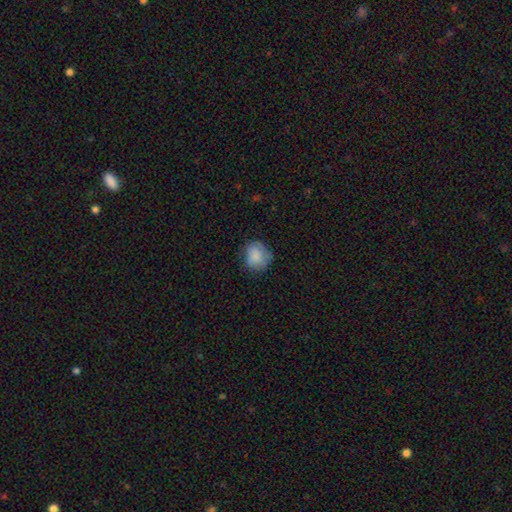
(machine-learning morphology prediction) A smooth galaxy with no disk features (84%) that is round (75%).

Vote fractions:
- Smooth or featured? smooth: 84% / featured or disk: 9% / star or artifact: 8%
- How rounded? round: 75% / in between: 24% / cigar-shaped: 1%
- Merging? none: 71% / minor disturbance: 22% / major disturbance: 6% / merger: 1%